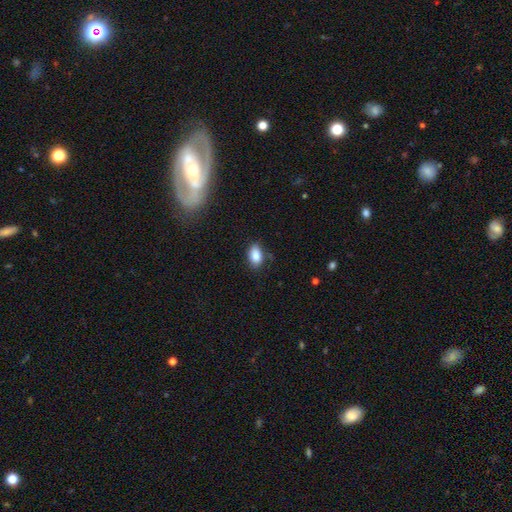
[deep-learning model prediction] A smooth galaxy with no disk features (84%) that is in between round and cigar-shaped (89%).

Vote fractions:
- Smooth or featured? smooth: 84% / star or artifact: 9% / featured or disk: 8%
- How rounded? in between: 89% / round: 8% / cigar-shaped: 2%
- Merging? none: 79% / minor disturbance: 16% / major disturbance: 3% / merger: 2%